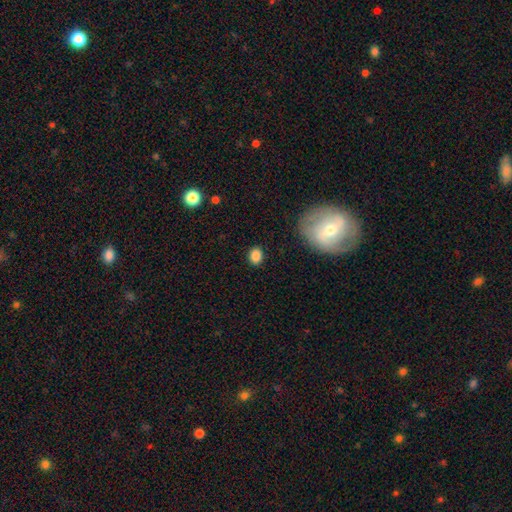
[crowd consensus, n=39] smooth 97%, star or artifact 3%, featured or disk 0%. Down the decision tree: how rounded — in between (61%); merging — none (79%).